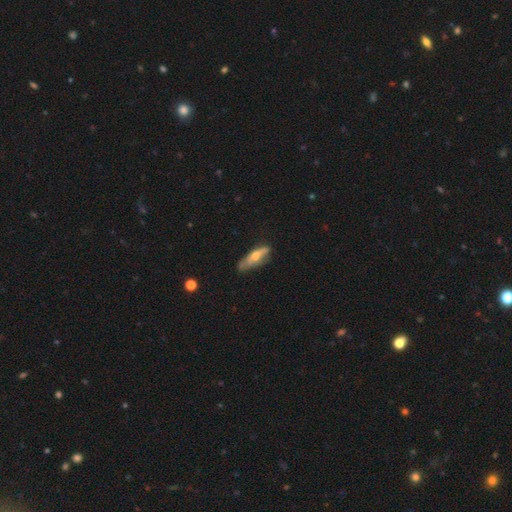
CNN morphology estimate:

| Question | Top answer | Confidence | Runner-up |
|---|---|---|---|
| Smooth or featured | smooth | 51% | featured or disk (42%) |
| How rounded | cigar-shaped | 54% | in between (44%) |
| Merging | none | 55% | minor disturbance (31%) |